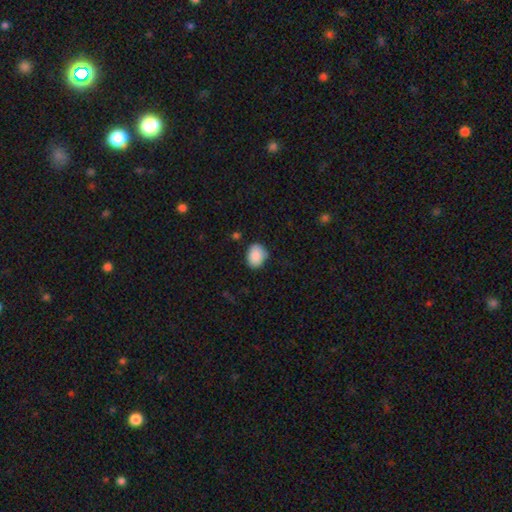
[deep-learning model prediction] smooth 89%, star or artifact 8%, featured or disk 3%. Down the decision tree: how rounded — in between (65%); merging — none (76%).